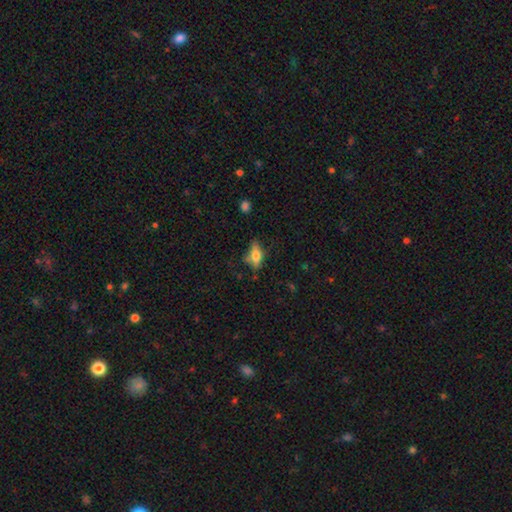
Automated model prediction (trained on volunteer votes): A smooth galaxy with no disk features (58%) that is in between round and cigar-shaped (73%). Merging: none (62%).